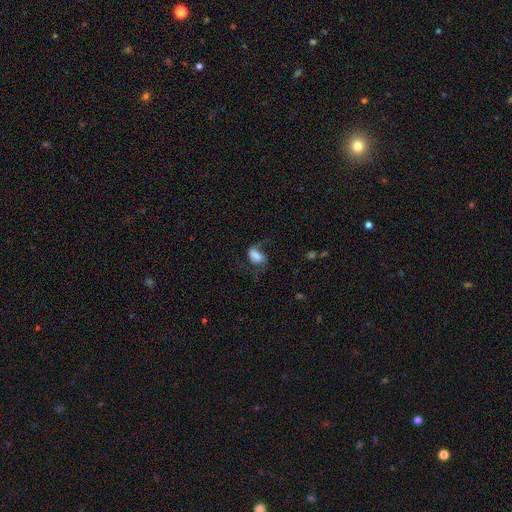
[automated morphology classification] Smooth or featured: smooth — 61% (featured or disk — 29%)
How rounded: in between — 86% (round — 11%)
Merging: none — 39% (major disturbance — 35%)